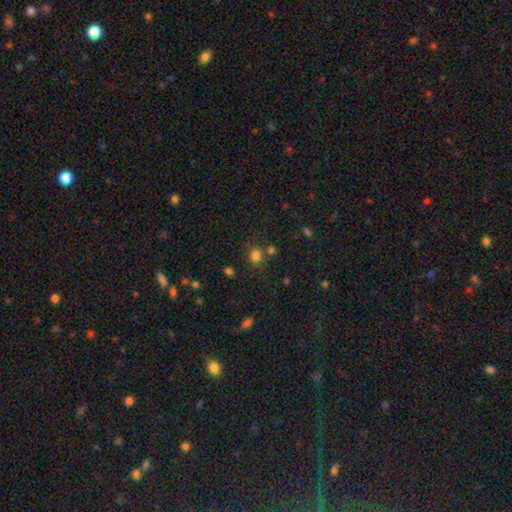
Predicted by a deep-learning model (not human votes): Smooth or featured?
  - smooth: 78% *
  - star or artifact: 16%
  - featured or disk: 6%
How rounded?
  - round: 78% *
  - in between: 21%
  - cigar-shaped: 1%
Merging?
  - none: 73% *
  - merger: 12%
  - minor disturbance: 11%
  - major disturbance: 5%